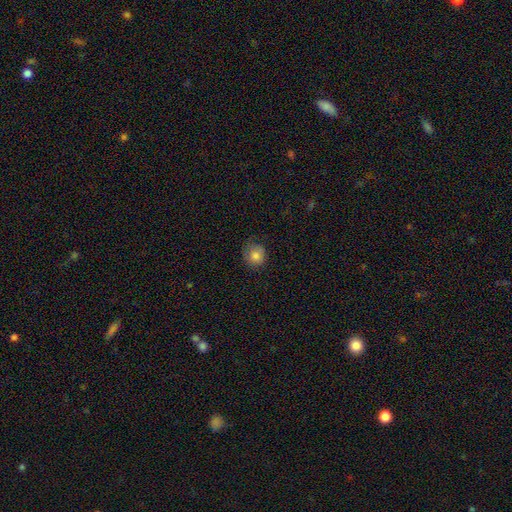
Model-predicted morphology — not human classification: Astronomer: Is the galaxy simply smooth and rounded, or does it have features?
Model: smooth — 82%.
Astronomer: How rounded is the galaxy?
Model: round — 83%.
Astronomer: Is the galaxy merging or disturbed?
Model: none — 71%.